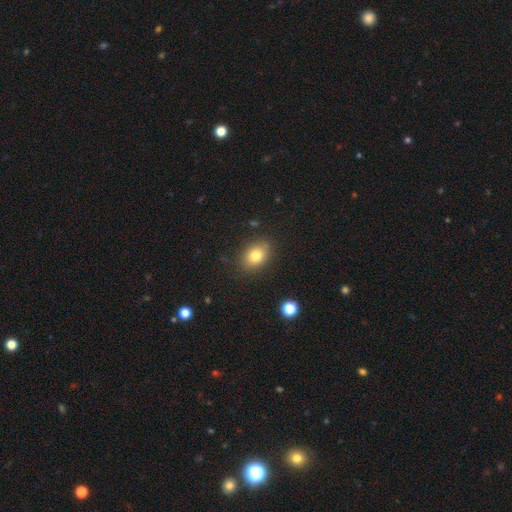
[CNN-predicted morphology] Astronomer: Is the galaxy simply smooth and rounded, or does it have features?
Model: smooth — 79%.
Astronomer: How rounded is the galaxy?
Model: in between — 70%.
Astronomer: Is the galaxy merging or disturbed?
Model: none — 84%.